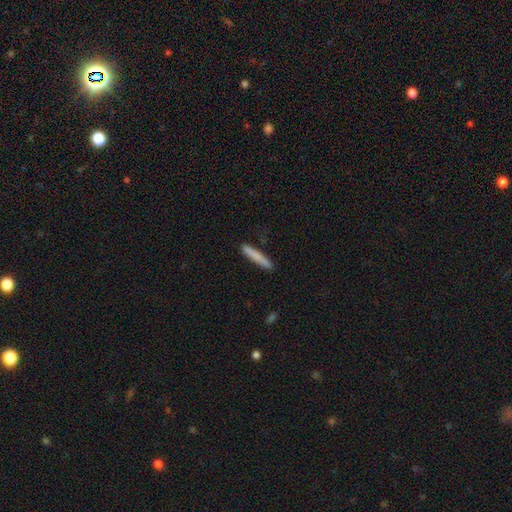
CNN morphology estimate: This is likely a smooth galaxy (79%). How rounded: clearly cigar-shaped (95%). Merging: clearly none (89%).